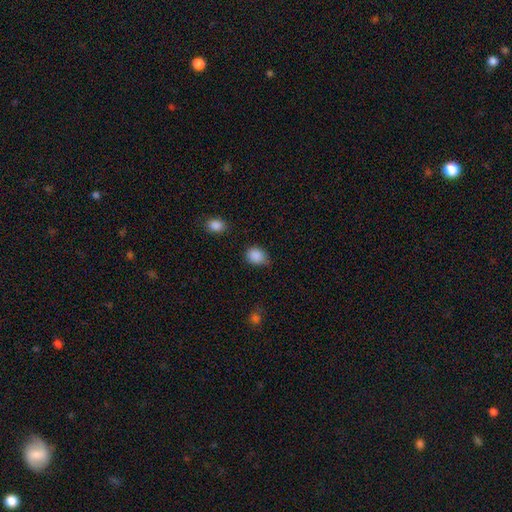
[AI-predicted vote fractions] smooth 88%, star or artifact 9%, featured or disk 4%. Down the decision tree: how rounded — round (53%); merging — none (63%).